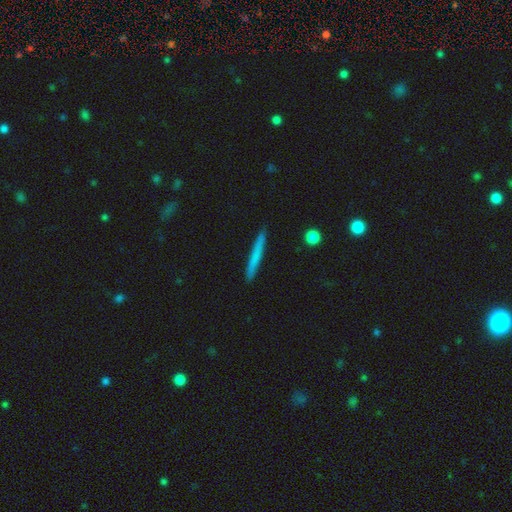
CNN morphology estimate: A smooth galaxy with no disk features (65%) that is cigar-shaped (96%).

Vote fractions:
- Smooth or featured? smooth: 65% / featured or disk: 29% / star or artifact: 6%
- How rounded? cigar-shaped: 96% / in between: 2% / round: 1%
- Merging? none: 90% / minor disturbance: 7% / major disturbance: 1% / merger: 1%